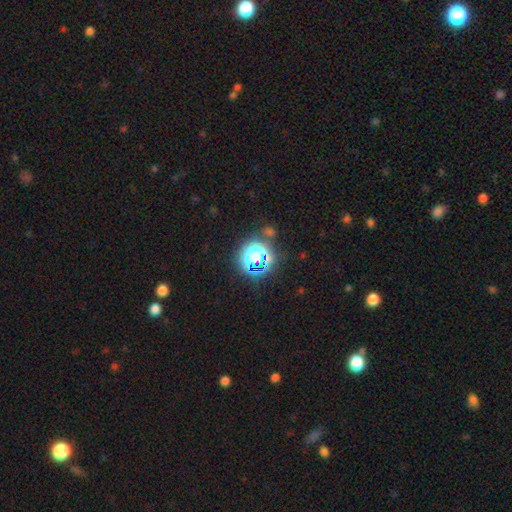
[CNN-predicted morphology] Overall: star or artifact (56%; smooth 33%).